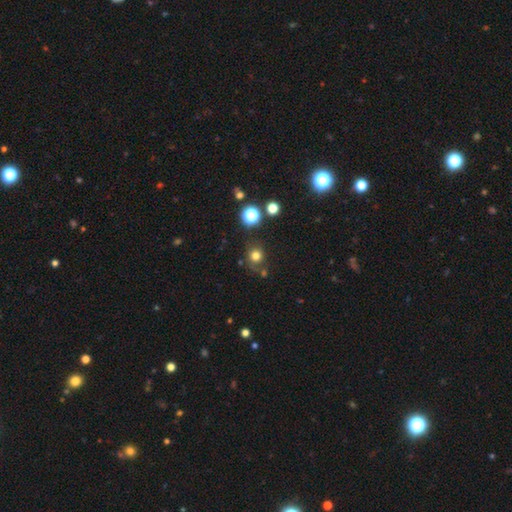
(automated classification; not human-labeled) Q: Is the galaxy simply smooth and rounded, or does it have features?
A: smooth — 75%.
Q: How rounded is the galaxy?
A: round — 87%.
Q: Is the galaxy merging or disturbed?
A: none — 75%.